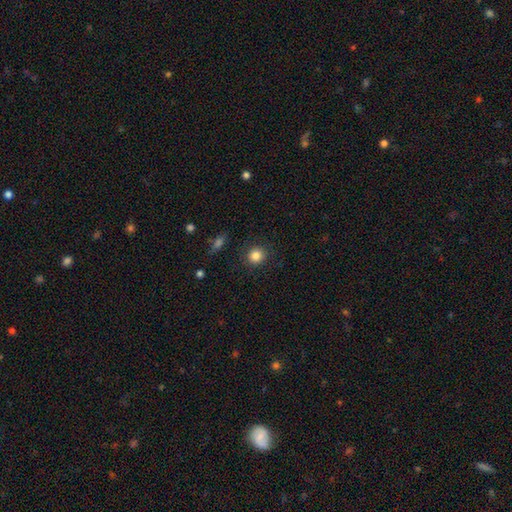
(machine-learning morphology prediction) Smooth or featured: smooth — 85% (star or artifact — 10%)
How rounded: round — 89% (in between — 10%)
Merging: none — 89% (minor disturbance — 7%)